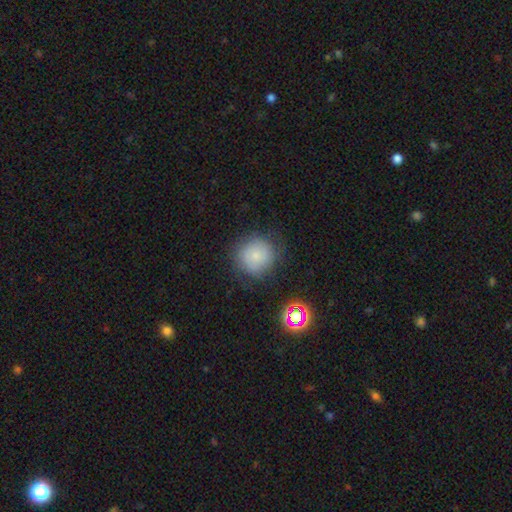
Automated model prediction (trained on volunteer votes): Smooth or featured: smooth — 73% (featured or disk — 15%)
How rounded: round — 91% (in between — 8%)
Merging: none — 76% (minor disturbance — 15%)